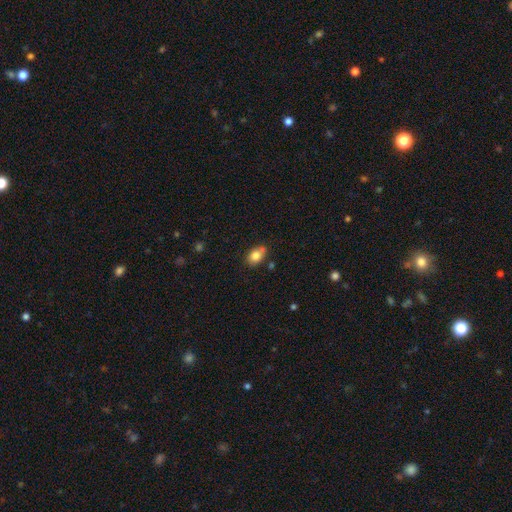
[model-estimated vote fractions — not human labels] smooth-or-featured: smooth: 81% | featured or disk: 10% | star or artifact: 8%
  how-rounded: in between: 84% | round: 14% | cigar-shaped: 2%
  merging: none: 67% | minor disturbance: 23% | merger: 6% | major disturbance: 4%